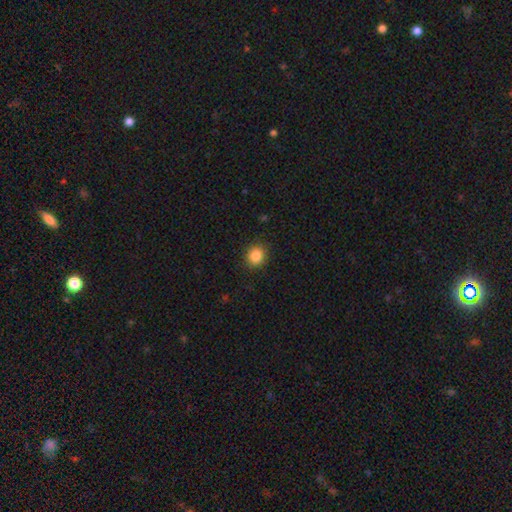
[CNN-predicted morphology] Overall: smooth (85%). How rounded: round (82%). Merging: none (89%).